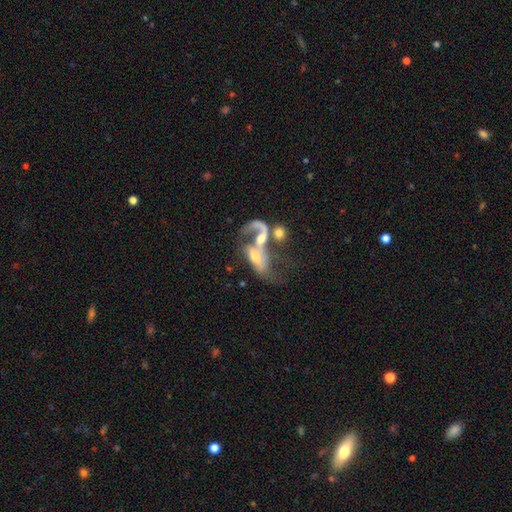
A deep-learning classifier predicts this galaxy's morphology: Smooth or featured?
  - featured or disk: 66% *
  - smooth: 24%
  - star or artifact: 10%
Edge-on disk?
  - no: 89% *
  - yes: 11%
Bar?
  - no: 57% *
  - weak: 27%
  - strong: 15%
Spiral arms?
  - yes: 63% *
  - no: 37%
Bulge size?
  - moderate: 50% *
  - small: 29%
  - none: 10%
  - large: 9%
  - dominant: 2%
Merging?
  - merger: 63% *
  - major disturbance: 18%
  - none: 12%
  - minor disturbance: 6%